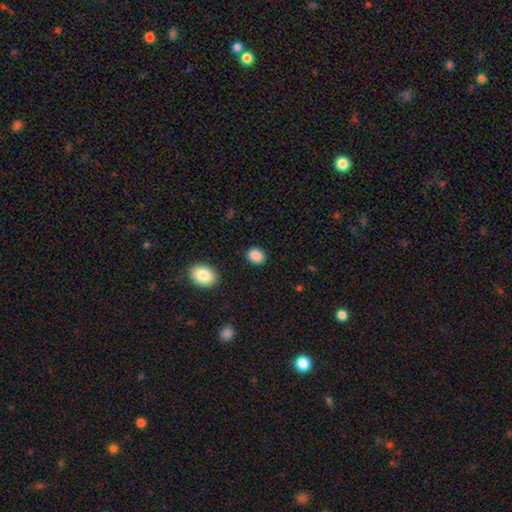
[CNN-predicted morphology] Smooth or featured? Predicted: smooth (p=0.88). How rounded? Predicted: in between (p=0.54). Merging? Predicted: none (p=0.88).